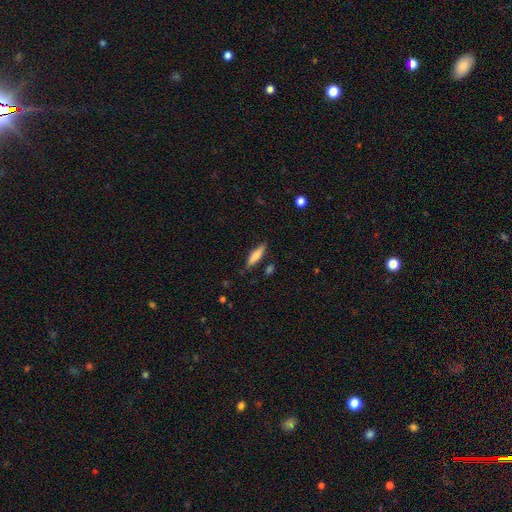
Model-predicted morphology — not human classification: This is likely a smooth galaxy (73%). How rounded: likely cigar-shaped (69%). Merging: clearly none (81%).